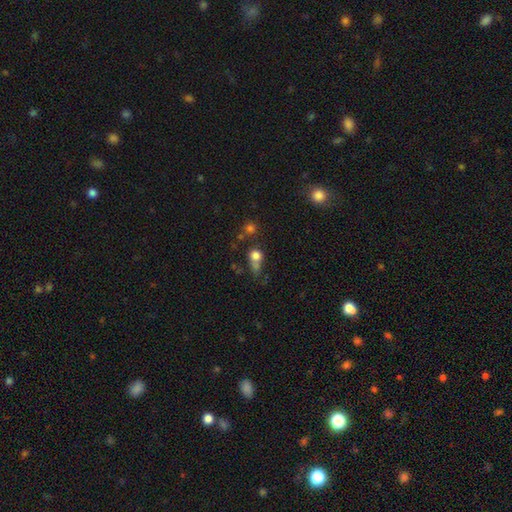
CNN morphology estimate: Smooth or featured: smooth — 72% (star or artifact — 16%)
How rounded: round — 80% (in between — 18%)
Merging: none — 44% (merger — 31%)